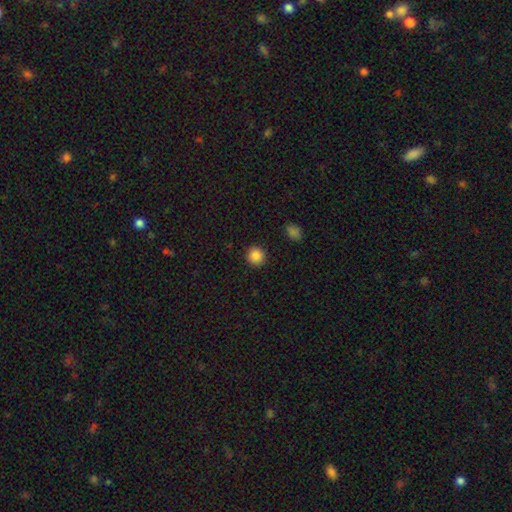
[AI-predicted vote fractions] Smooth or featured? smooth (87%)
How rounded? round (93%)
Merging? none (92%)